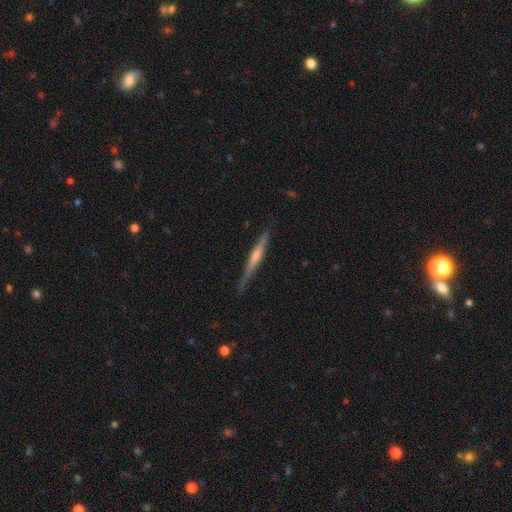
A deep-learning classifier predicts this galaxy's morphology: type=featured or disk (72%); edge-on=yes (98%); edge-on bulge=rounded (69%); merging=none (87%).